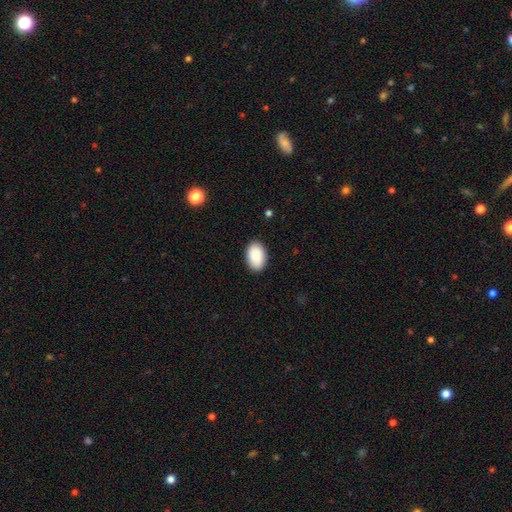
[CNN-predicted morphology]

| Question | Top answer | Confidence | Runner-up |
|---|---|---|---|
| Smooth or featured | smooth | 91% | star or artifact (6%) |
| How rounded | in between | 92% | round (7%) |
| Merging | none | 89% | minor disturbance (9%) |